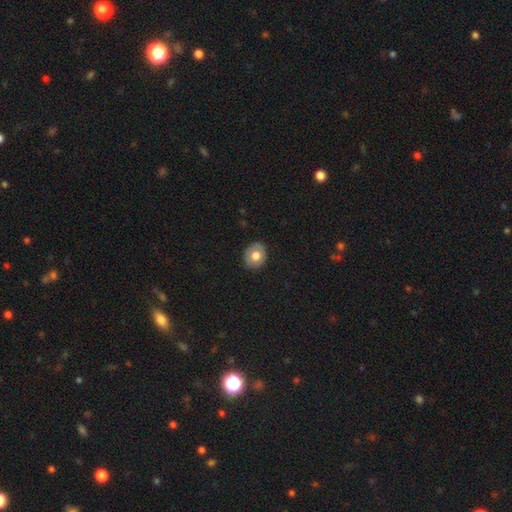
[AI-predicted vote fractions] This appears to be a smooth galaxy with no disk features (70%) that is round (61%). Merging: none (84%).